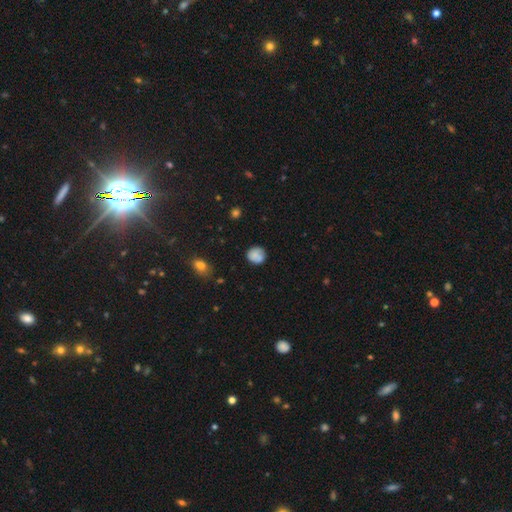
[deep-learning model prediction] smooth_or_featured: smooth (p=0.80) [alt: featured or disk p=0.11]
how_rounded: round (p=0.83) [alt: in between p=0.16]
merging: none (p=0.72) [alt: minor disturbance p=0.19]